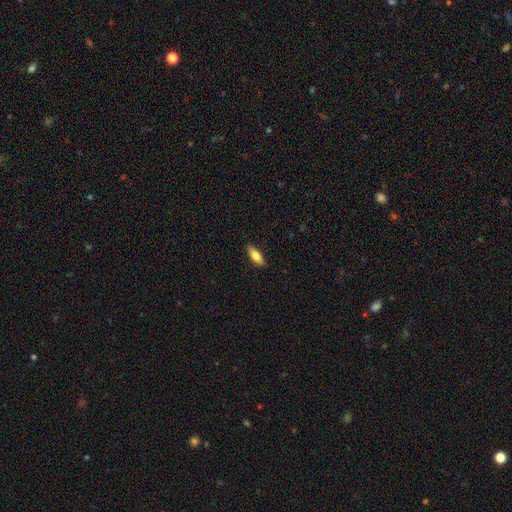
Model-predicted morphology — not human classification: This is clearly a smooth galaxy (81%). How rounded: likely in between (75%). Merging: clearly none (88%).